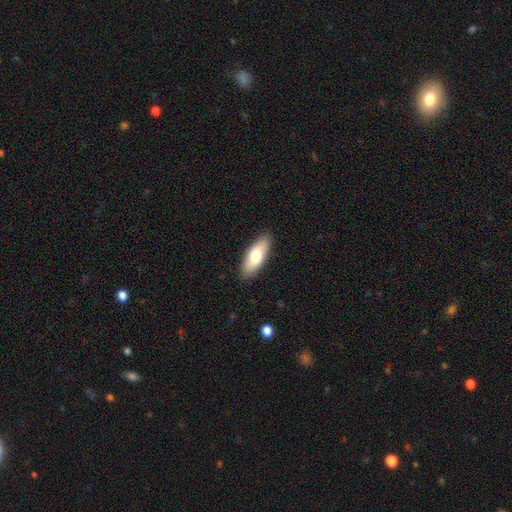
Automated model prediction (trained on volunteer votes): smooth_or_featured: smooth (p=0.74) [alt: featured or disk p=0.20]
how_rounded: in between (p=0.74) [alt: cigar-shaped p=0.23]
merging: none (p=0.89) [alt: minor disturbance p=0.09]